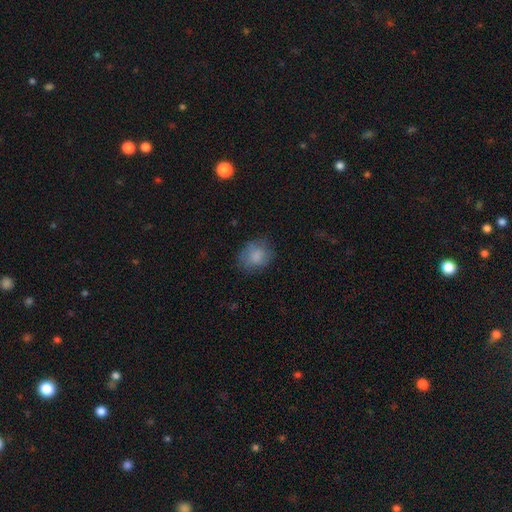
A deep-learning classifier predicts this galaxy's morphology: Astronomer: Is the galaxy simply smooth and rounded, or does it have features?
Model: smooth — 81%.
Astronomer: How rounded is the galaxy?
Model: round — 58% (runner-up: in between, 41%).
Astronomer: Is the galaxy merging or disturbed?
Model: none — 71%.